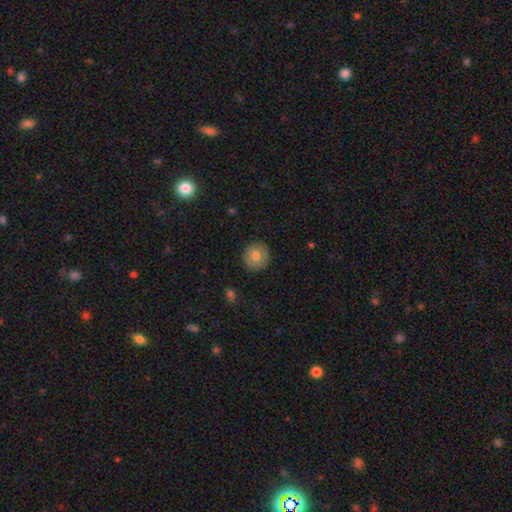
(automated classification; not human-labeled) Smooth or featured: smooth — 71% (featured or disk — 21%)
How rounded: round — 93% (in between — 6%)
Merging: none — 88% (minor disturbance — 9%)